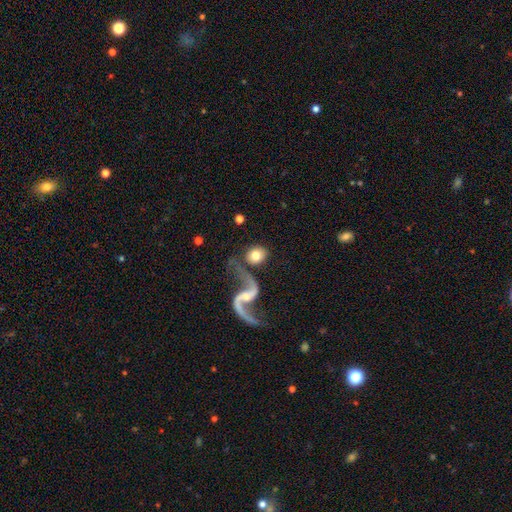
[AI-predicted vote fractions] Q: Smooth or featured?
A: smooth (63%); runner-up: featured or disk (31%)
Q: How rounded?
A: round (75%); runner-up: in between (22%)
Q: Merging?
A: none (68%); runner-up: merger (13%)